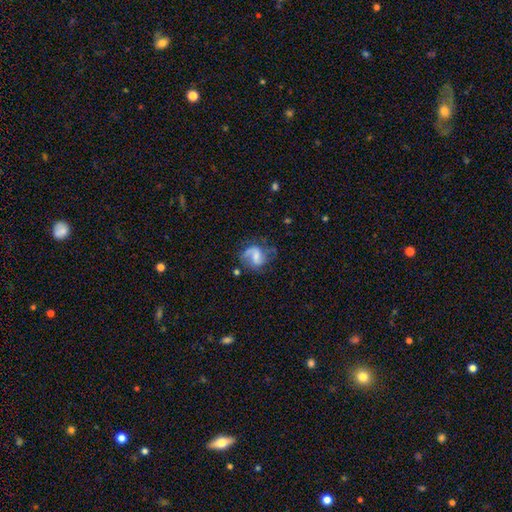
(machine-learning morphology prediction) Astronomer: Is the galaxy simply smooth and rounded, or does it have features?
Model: featured or disk — 68%.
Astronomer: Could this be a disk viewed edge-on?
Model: no — 98%.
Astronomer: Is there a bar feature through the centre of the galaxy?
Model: weak — 49% (runner-up: no, 30%).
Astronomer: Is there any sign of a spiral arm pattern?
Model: yes — 89%.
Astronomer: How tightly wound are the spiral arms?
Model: medium — 42%, tied with loose at 42%.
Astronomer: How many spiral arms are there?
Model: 2 — 65%.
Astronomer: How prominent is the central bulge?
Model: small — 30%, tied with none at 30%.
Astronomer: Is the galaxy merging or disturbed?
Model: none — 53%.